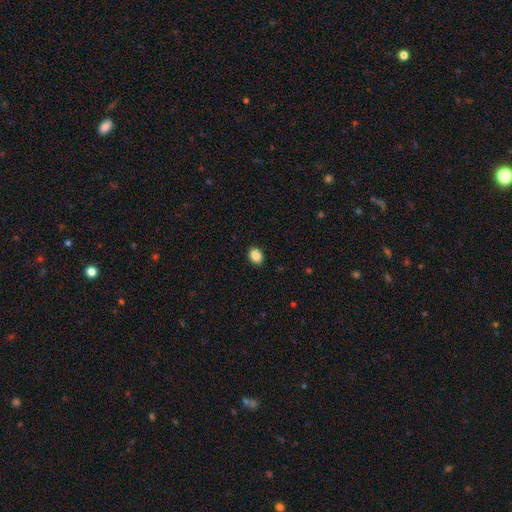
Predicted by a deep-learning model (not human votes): Smooth or featured? Predicted: smooth (p=0.86). How rounded? Predicted: in between (p=0.57). Merging? Predicted: none (p=0.91).